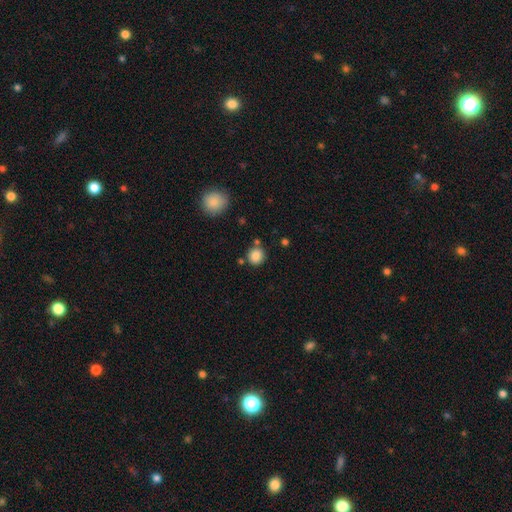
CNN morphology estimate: A smooth galaxy with no disk features (86%) that is round (89%).

Vote fractions:
- Smooth or featured? smooth: 86% / star or artifact: 10% / featured or disk: 5%
- How rounded? round: 89% / in between: 10% / cigar-shaped: 1%
- Merging? none: 79% / minor disturbance: 10% / merger: 8% / major disturbance: 3%